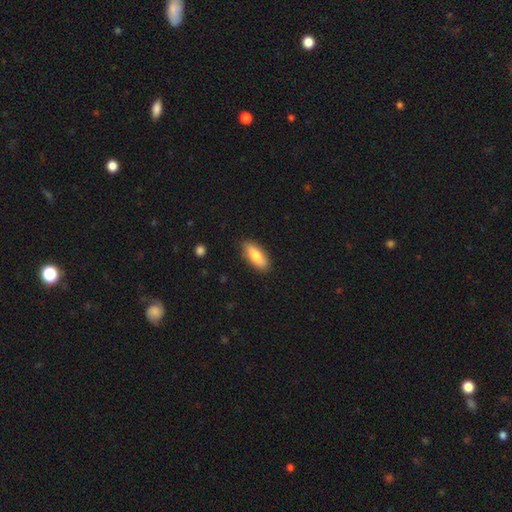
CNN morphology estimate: Smooth or featured?
  - smooth: 76% *
  - featured or disk: 19%
  - star or artifact: 6%
How rounded?
  - in between: 70% *
  - cigar-shaped: 28%
  - round: 2%
Merging?
  - none: 88% *
  - minor disturbance: 9%
  - major disturbance: 2%
  - merger: 1%